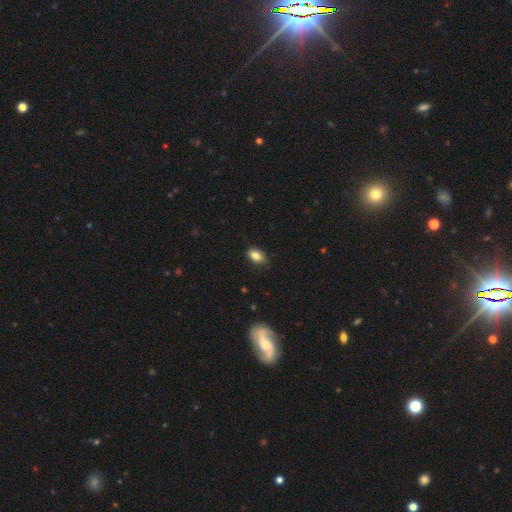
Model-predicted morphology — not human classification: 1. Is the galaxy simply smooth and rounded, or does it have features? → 83% smooth, 9% star or artifact, 8% featured or disk.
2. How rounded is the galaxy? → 87% in between, 11% round, 2% cigar-shaped.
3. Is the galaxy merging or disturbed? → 79% none, 17% minor disturbance, 3% major disturbance, 1% merger.